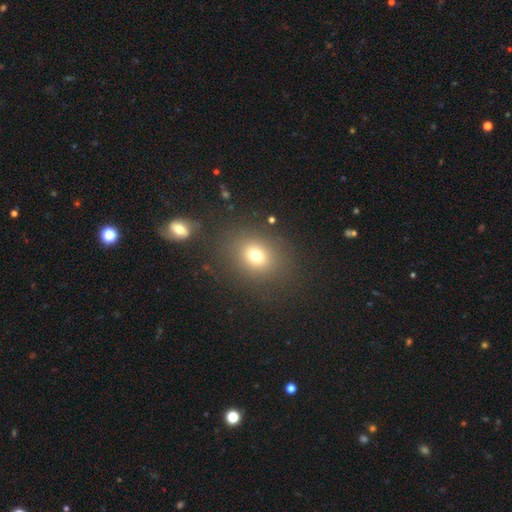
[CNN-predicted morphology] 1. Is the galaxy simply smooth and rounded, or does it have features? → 72% smooth, 17% star or artifact, 10% featured or disk.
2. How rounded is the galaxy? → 62% round, 37% in between, 1% cigar-shaped.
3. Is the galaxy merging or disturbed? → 83% none, 9% minor disturbance, 5% major disturbance, 3% merger.